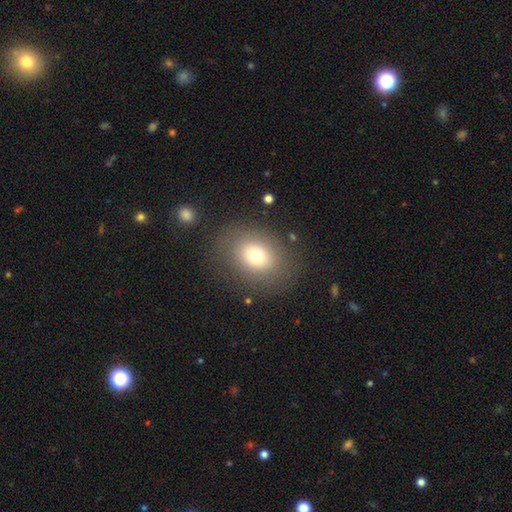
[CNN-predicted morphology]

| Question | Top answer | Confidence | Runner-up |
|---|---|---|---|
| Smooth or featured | smooth | 73% | featured or disk (15%) |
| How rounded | in between | 59% | round (40%) |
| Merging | none | 81% | minor disturbance (11%) |